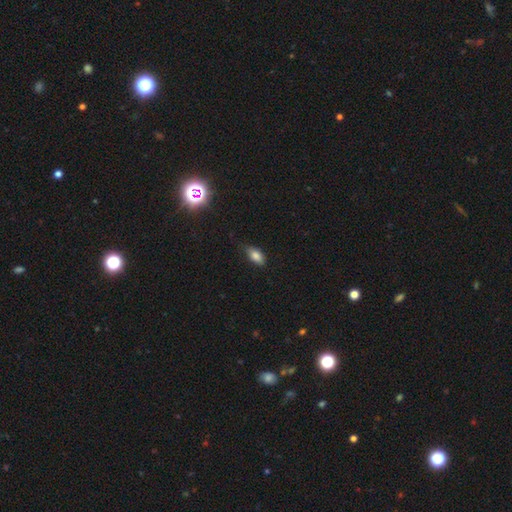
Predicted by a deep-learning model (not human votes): Smooth or featured?
  - smooth: 81% *
  - star or artifact: 10%
  - featured or disk: 9%
How rounded?
  - in between: 89% *
  - round: 6%
  - cigar-shaped: 5%
Merging?
  - none: 69% *
  - minor disturbance: 25%
  - major disturbance: 4%
  - merger: 1%